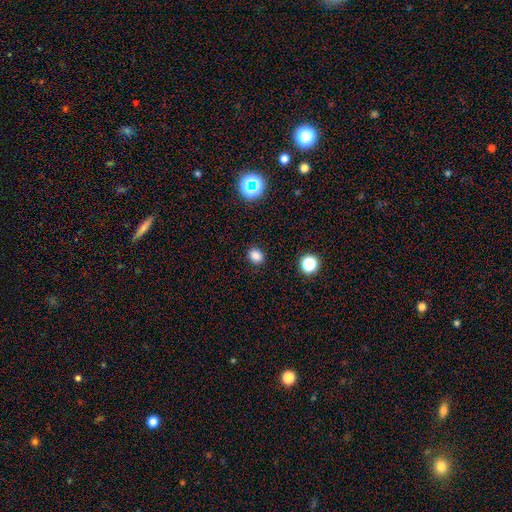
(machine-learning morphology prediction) smooth-or-featured: smooth: 82% | star or artifact: 14% | featured or disk: 4%
  how-rounded: round: 51% | in between: 48% | cigar-shaped: 1%
  merging: none: 88% | minor disturbance: 8% | major disturbance: 2% | merger: 1%